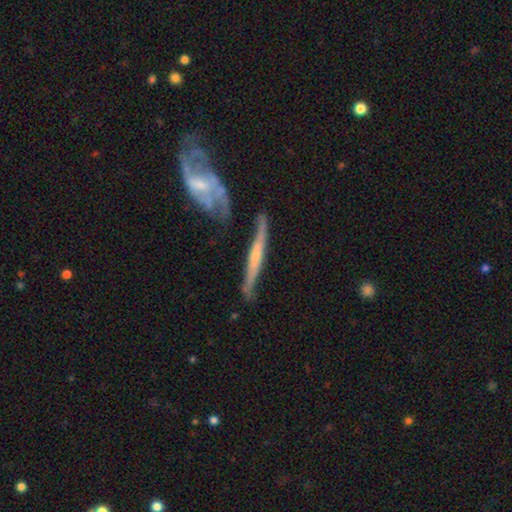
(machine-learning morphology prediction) A featured or disk galaxy (67%) viewed edge-on (84%) with no central bulge (47%).

Vote fractions:
- Smooth or featured? featured or disk: 67% / smooth: 28% / star or artifact: 5%
- Edge-on disk? yes: 84% / no: 16%
- Edge-on bulge? none: 47% / rounded: 41% / boxy: 12%
- Merging? none: 67% / minor disturbance: 19% / merger: 8% / major disturbance: 6%